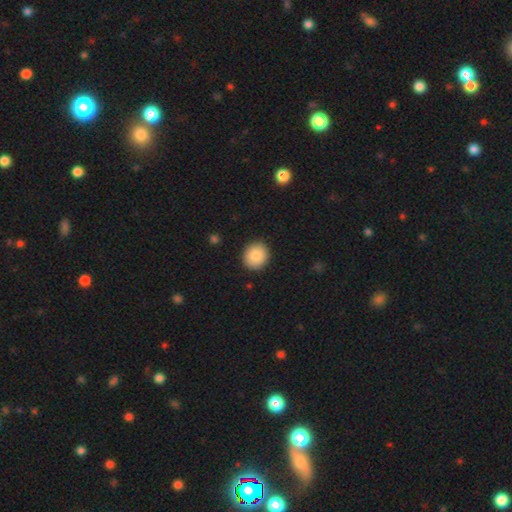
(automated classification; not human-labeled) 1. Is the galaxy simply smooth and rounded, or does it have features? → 87% smooth, 7% star or artifact, 5% featured or disk.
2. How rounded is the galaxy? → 85% round, 14% in between, 1% cigar-shaped.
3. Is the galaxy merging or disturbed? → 91% none, 6% minor disturbance, 2% major disturbance, 1% merger.